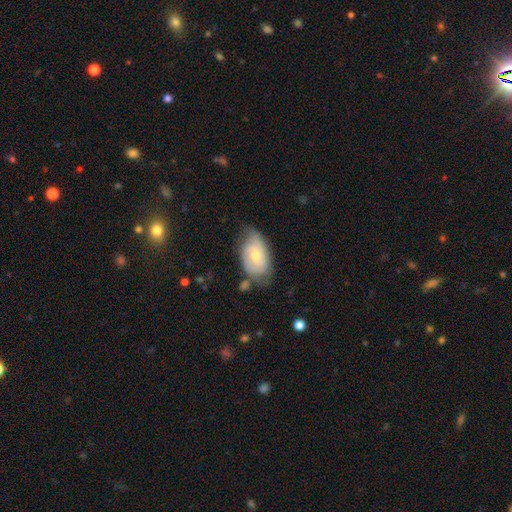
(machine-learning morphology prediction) Smooth or featured: featured or disk — 50% (smooth — 43%)
Edge-on disk: no — 93% (yes — 7%)
Merging: none — 48% (minor disturbance — 35%)